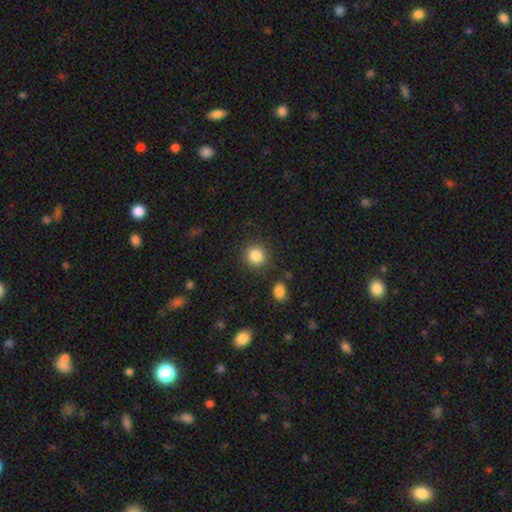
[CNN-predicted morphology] Smooth or featured: smooth — 85% (star or artifact — 10%)
How rounded: round — 90% (in between — 9%)
Merging: none — 87% (minor disturbance — 8%)